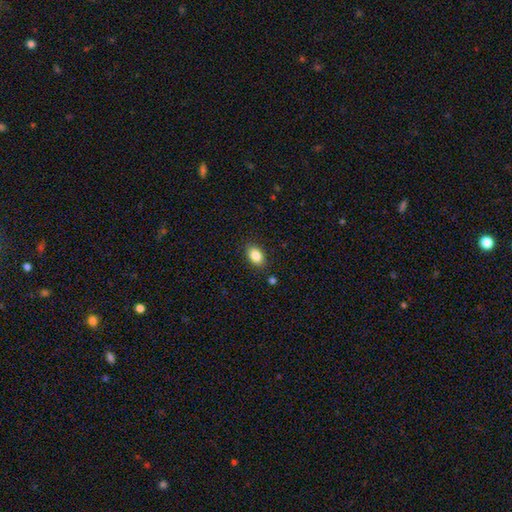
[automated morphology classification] Overall: smooth (85%). How rounded: in between (85%). Merging: none (86%).